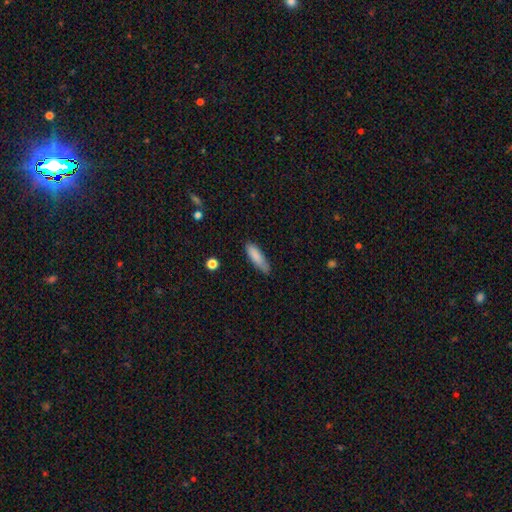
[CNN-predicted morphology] type=smooth (85%); roundness=cigar-shaped (56%); merging=none (72%).